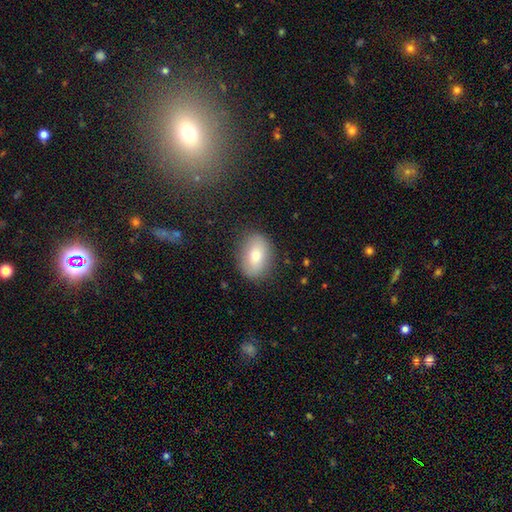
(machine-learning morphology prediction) Q: Smooth or featured?
A: smooth (73%); runner-up: featured or disk (18%)
Q: How rounded?
A: in between (76%); runner-up: round (22%)
Q: Merging?
A: none (84%); runner-up: minor disturbance (11%)